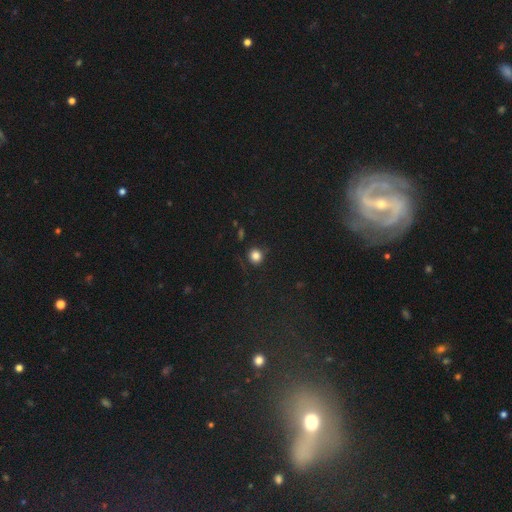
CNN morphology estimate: Q: Smooth or featured?
A: smooth (81%); runner-up: star or artifact (13%)
Q: How rounded?
A: round (90%); runner-up: in between (9%)
Q: Merging?
A: none (84%); runner-up: minor disturbance (10%)